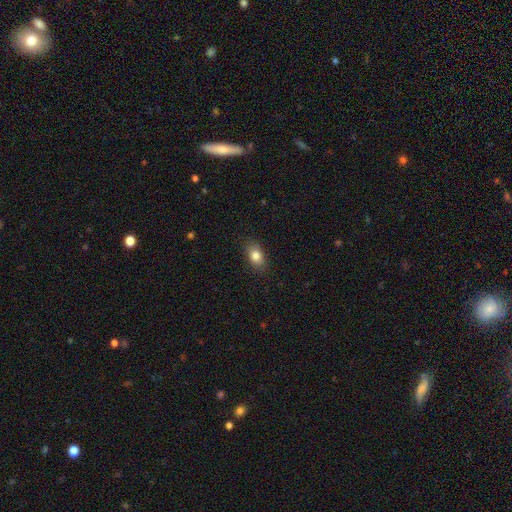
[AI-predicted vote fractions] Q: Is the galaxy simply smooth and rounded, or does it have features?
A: smooth — 83%.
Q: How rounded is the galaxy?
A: in between — 82%.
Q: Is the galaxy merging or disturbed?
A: none — 86%.